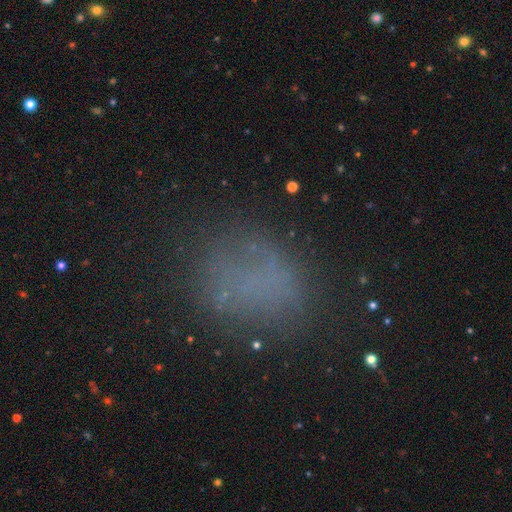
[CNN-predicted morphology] smooth_or_featured: smooth (p=0.58) [alt: star or artifact p=0.23]
how_rounded: in between (p=0.50) [alt: round p=0.48]
merging: none (p=0.68) [alt: minor disturbance p=0.17]